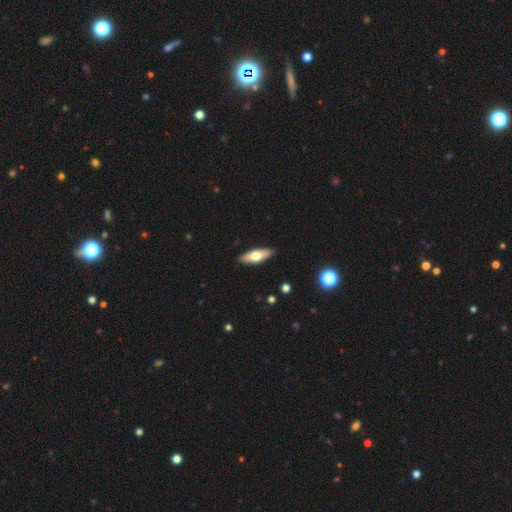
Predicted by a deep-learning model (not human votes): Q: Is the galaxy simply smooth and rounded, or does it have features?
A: smooth — 58%.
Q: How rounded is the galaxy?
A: in between — 62%.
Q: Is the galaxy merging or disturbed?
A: none — 90%.